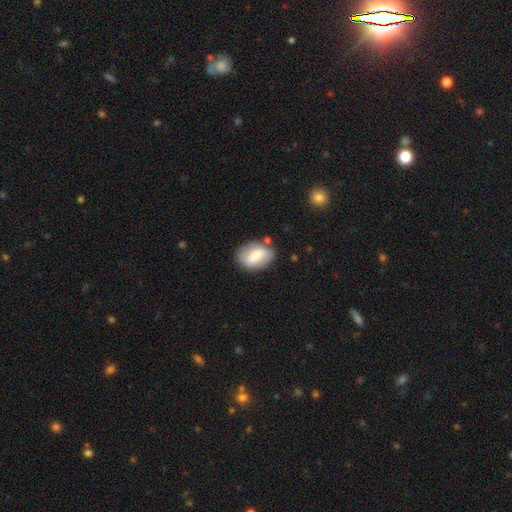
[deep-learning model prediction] A smooth galaxy with no disk features (64%) that is in between round and cigar-shaped (83%). Merging: none (73%).